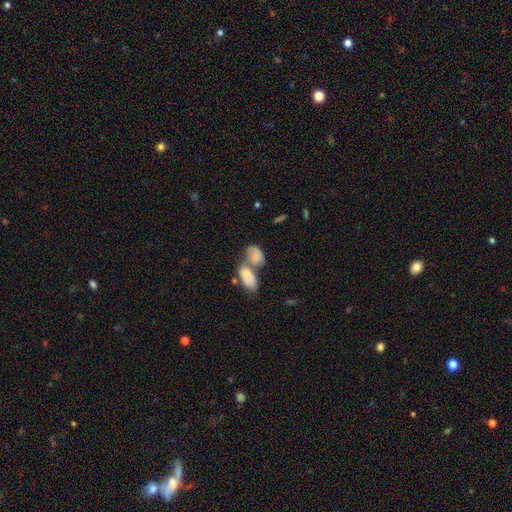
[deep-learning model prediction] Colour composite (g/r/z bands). It shows a smooth galaxy with no disk features (73%) that is in between round and cigar-shaped (87%). Merging: merger (70%).